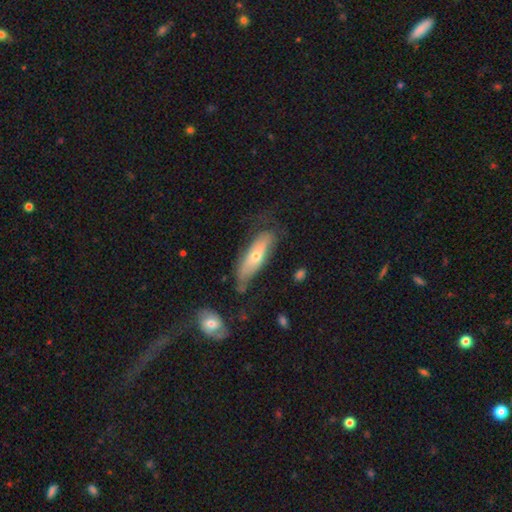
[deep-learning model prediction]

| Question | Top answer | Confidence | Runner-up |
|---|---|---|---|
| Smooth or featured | smooth | 48% | featured or disk (45%) |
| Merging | none | 51% | minor disturbance (30%) |